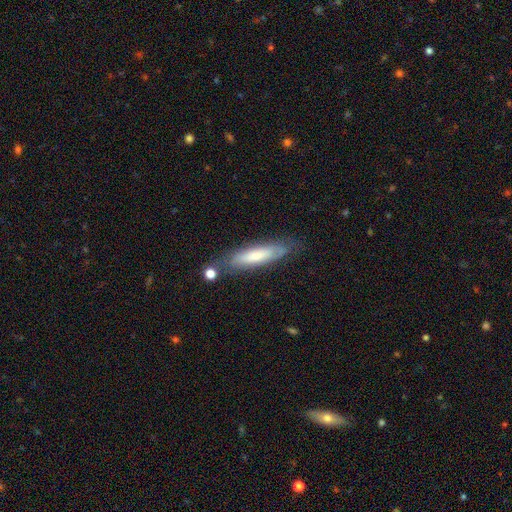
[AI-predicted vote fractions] Morphology: type=smooth (58%); roundness=cigar-shaped (76%); merging=none (72%).